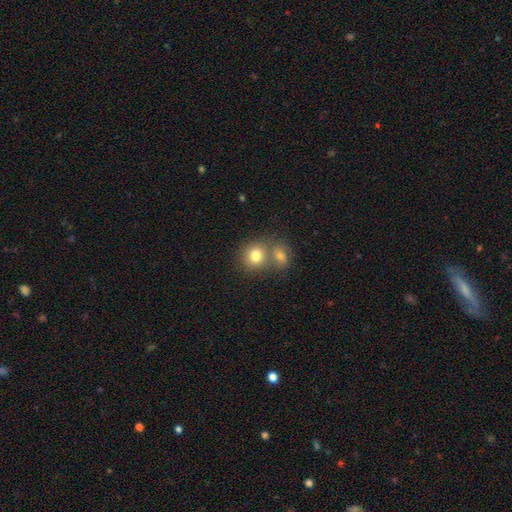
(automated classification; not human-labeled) This appears to be a smooth galaxy with no disk features (78%) that is round (75%). Merging: none (46%).